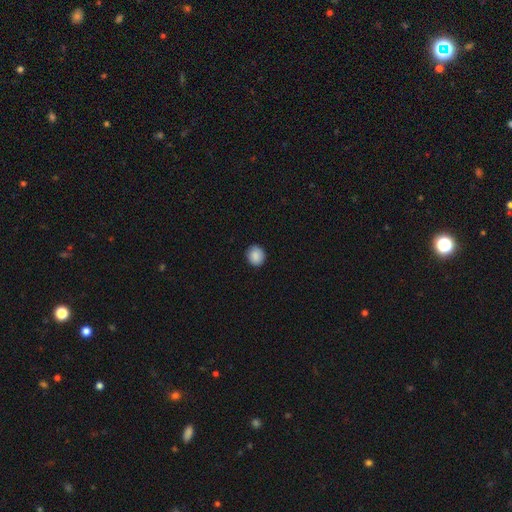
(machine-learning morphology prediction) Smooth or featured?
  - smooth: 88% *
  - star or artifact: 8%
  - featured or disk: 4%
How rounded?
  - round: 83% *
  - in between: 16%
  - cigar-shaped: 1%
Merging?
  - none: 89% *
  - minor disturbance: 8%
  - major disturbance: 2%
  - merger: 1%